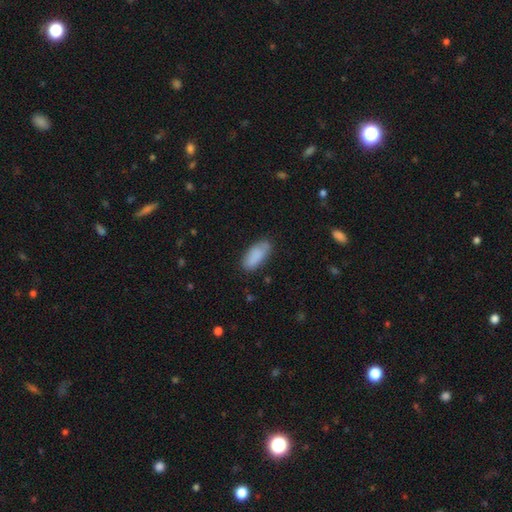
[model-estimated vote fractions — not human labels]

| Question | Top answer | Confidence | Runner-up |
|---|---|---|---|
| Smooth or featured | smooth | 86% | featured or disk (7%) |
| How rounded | in between | 85% | cigar-shaped (13%) |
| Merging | none | 75% | minor disturbance (19%) |